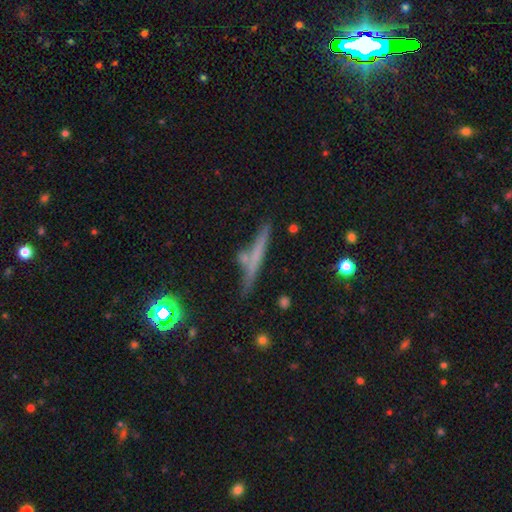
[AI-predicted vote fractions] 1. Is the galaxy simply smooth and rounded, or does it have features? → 46% smooth, 43% featured or disk, 11% star or artifact.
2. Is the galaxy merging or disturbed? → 74% none, 14% minor disturbance, 9% merger, 4% major disturbance.